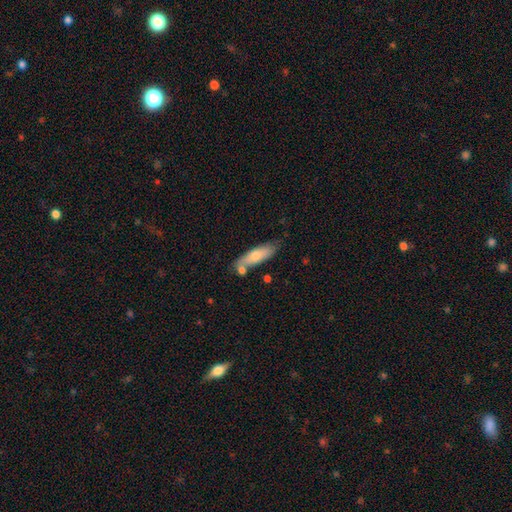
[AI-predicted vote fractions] This is likely a smooth galaxy (70%). How rounded: possibly cigar-shaped (52%). Merging: likely none (63%).